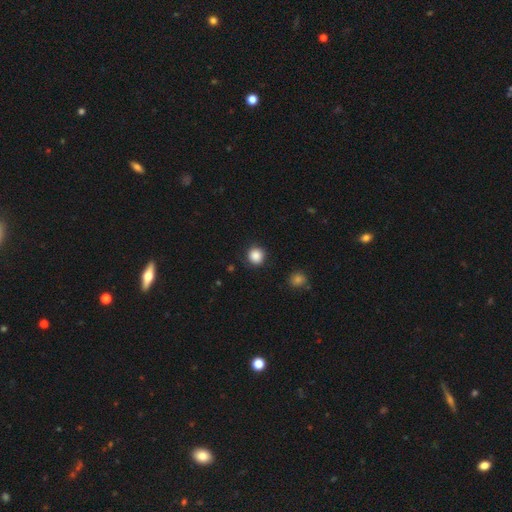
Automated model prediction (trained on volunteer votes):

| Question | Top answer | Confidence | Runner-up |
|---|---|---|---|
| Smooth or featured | smooth | 87% | star or artifact (10%) |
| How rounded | round | 93% | in between (6%) |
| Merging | none | 90% | minor disturbance (7%) |